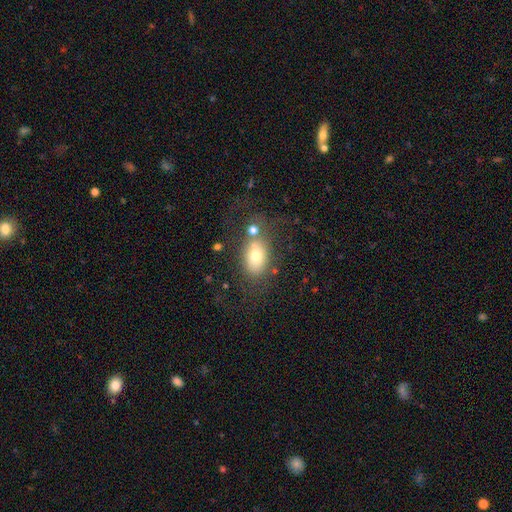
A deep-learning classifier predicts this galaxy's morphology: type=smooth (69%); roundness=in between (83%); merging=none (56%).